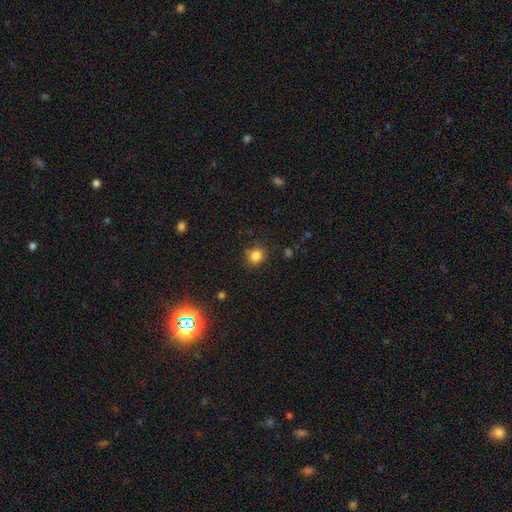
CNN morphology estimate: This appears to be a smooth galaxy with no disk features (82%) that is round (77%). Merging: none (79%).